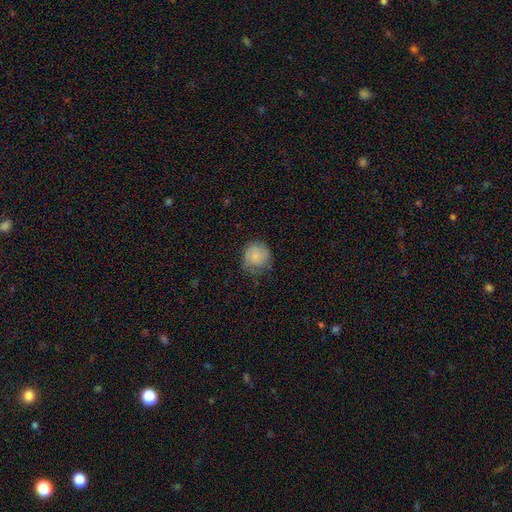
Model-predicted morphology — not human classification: This appears to be a smooth galaxy with no disk features (64%) that is round (86%). Merging: none (66%).